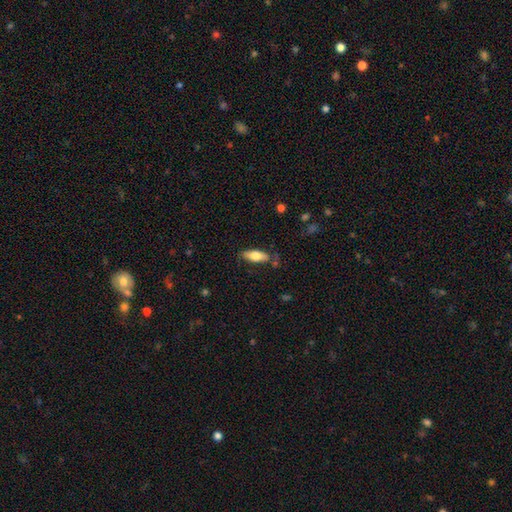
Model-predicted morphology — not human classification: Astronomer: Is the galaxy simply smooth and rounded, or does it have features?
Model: smooth — 73%.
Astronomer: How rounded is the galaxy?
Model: in between — 73%.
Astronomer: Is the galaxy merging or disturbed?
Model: none — 76%.